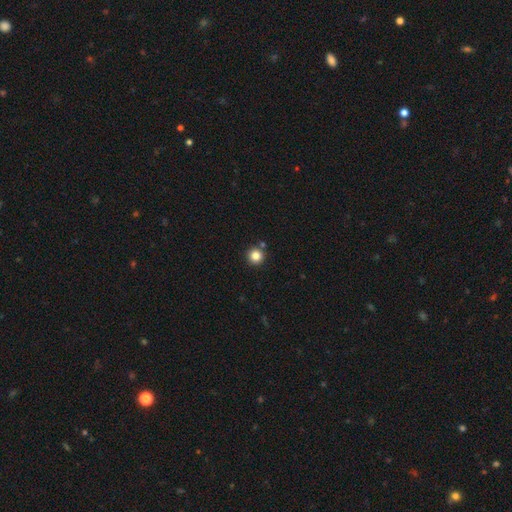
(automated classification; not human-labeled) smooth_or_featured: smooth (p=0.83) [alt: star or artifact p=0.12]
how_rounded: round (p=0.96) [alt: in between p=0.03]
merging: none (p=0.87) [alt: minor disturbance p=0.06]